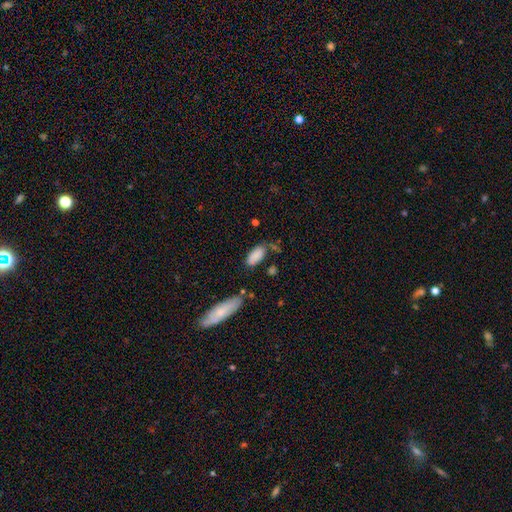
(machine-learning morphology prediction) This is clearly a smooth galaxy (86%). How rounded: clearly in between (89%). Merging: likely none (62%).